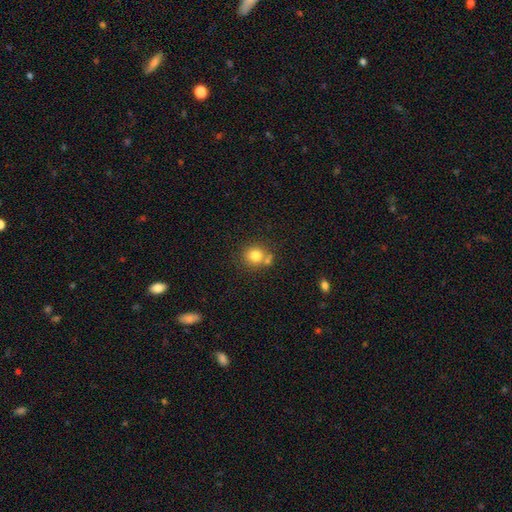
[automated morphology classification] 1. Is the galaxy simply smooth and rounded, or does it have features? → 80% smooth, 11% star or artifact, 9% featured or disk.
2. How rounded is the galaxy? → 86% round, 13% in between, 1% cigar-shaped.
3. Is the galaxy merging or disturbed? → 61% none, 25% merger, 11% minor disturbance, 3% major disturbance.